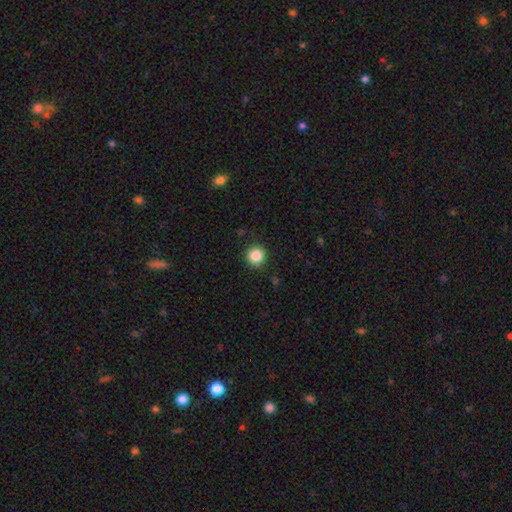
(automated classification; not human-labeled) Smooth or featured: smooth — 86% (star or artifact — 10%)
How rounded: round — 94% (in between — 5%)
Merging: none — 89% (minor disturbance — 7%)